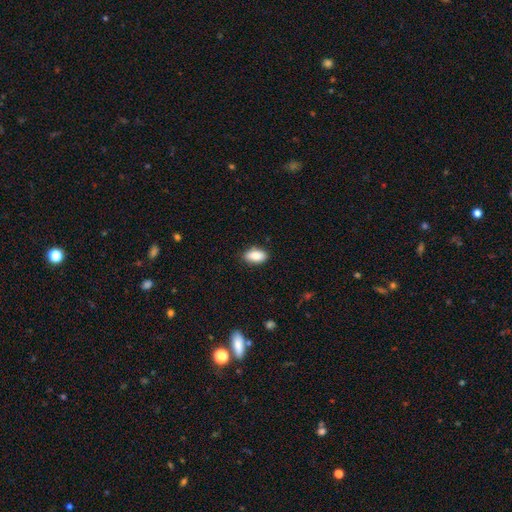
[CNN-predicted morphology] Q: Smooth or featured?
A: smooth (88%); runner-up: star or artifact (7%)
Q: How rounded?
A: in between (92%); runner-up: round (5%)
Q: Merging?
A: none (86%); runner-up: minor disturbance (10%)